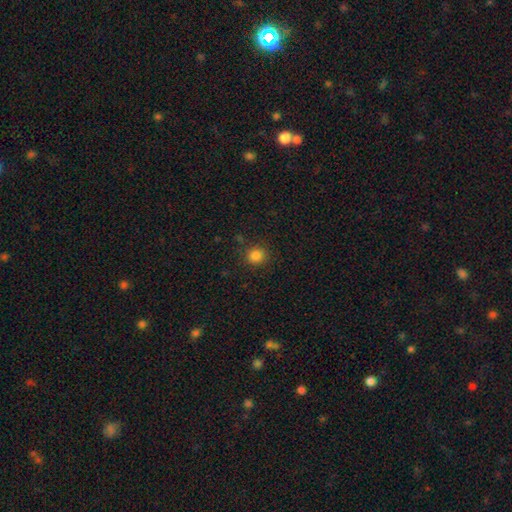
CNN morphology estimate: smooth_or_featured: smooth (p=0.83) [alt: star or artifact p=0.13]
how_rounded: round (p=0.88) [alt: in between p=0.11]
merging: none (p=0.87) [alt: minor disturbance p=0.09]